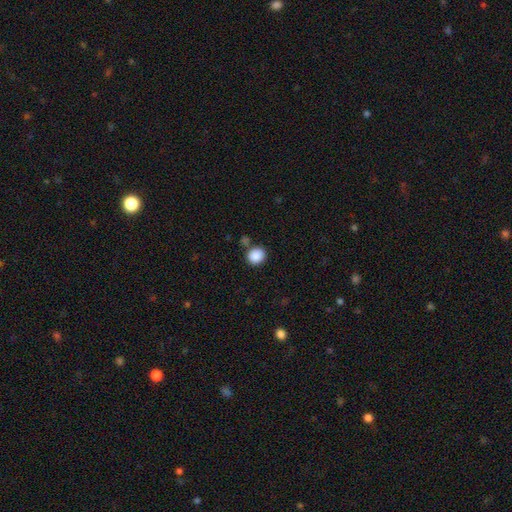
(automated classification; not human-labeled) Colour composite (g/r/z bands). It shows a smooth galaxy with no disk features (88%) that is round (77%). Merging: none (79%).